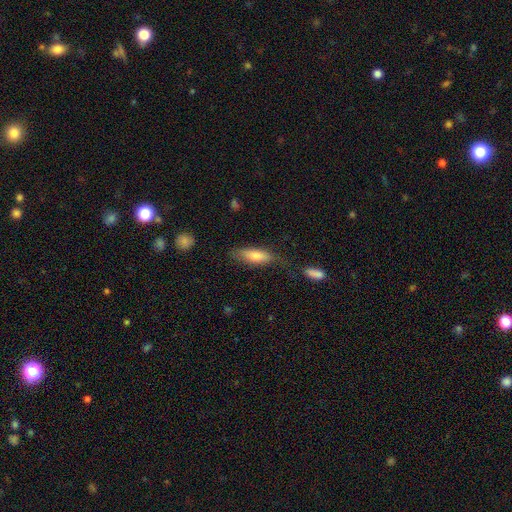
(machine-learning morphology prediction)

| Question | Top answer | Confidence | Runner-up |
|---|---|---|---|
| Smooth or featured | smooth | 69% | featured or disk (23%) |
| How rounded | cigar-shaped | 49% | in between (48%) |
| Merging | none | 63% | minor disturbance (24%) |